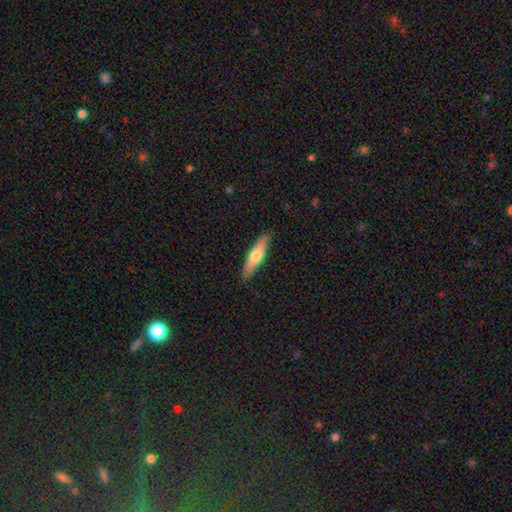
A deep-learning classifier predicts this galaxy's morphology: Overall: smooth (56%; featured or disk 39%). How rounded: cigar-shaped (74%). Merging: none (89%).